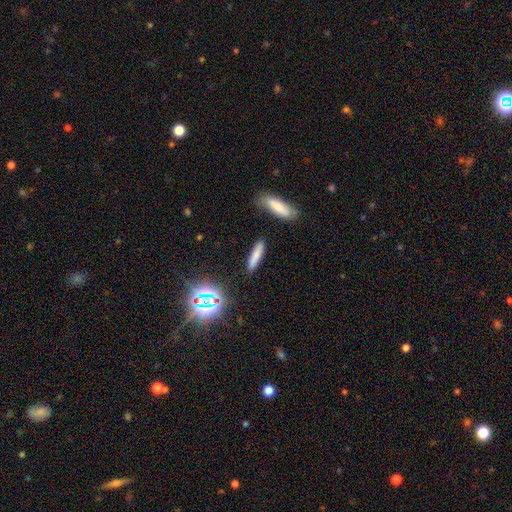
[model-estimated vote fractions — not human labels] smooth 75%, featured or disk 13%, star or artifact 11%. Down the decision tree: how rounded — cigar-shaped (85%); merging — none (86%).